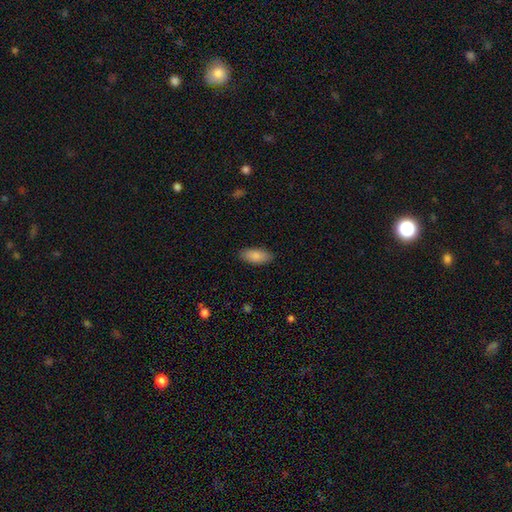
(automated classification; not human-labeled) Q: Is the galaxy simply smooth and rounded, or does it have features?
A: smooth — 87%.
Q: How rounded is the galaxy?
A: in between — 87%.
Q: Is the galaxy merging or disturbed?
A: none — 88%.